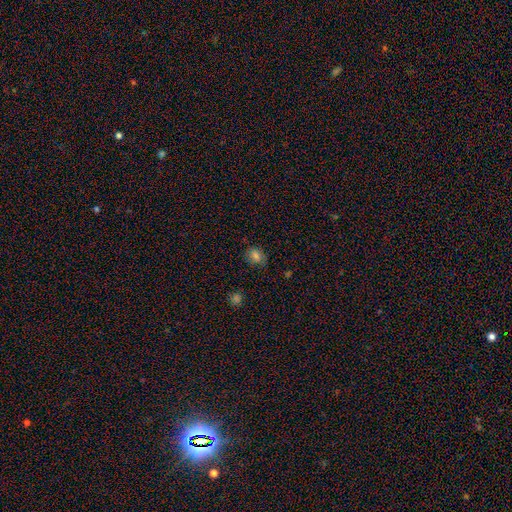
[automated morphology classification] Overall: smooth (78%). How rounded: round (53%; in between 46%). Merging: none (75%).